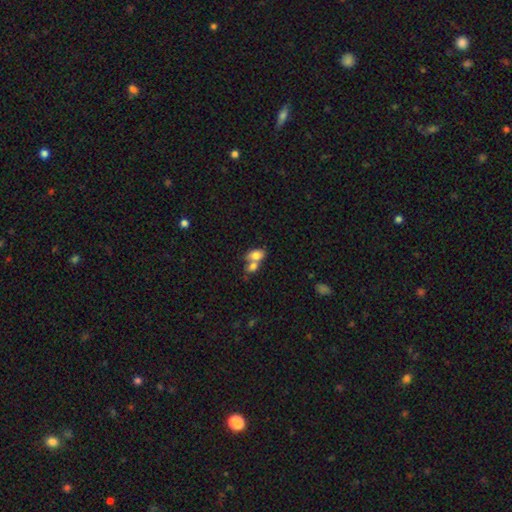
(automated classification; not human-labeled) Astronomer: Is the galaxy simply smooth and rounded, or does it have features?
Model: smooth — 79%.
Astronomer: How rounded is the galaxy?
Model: in between — 83%.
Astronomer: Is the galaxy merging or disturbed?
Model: merger — 62%.